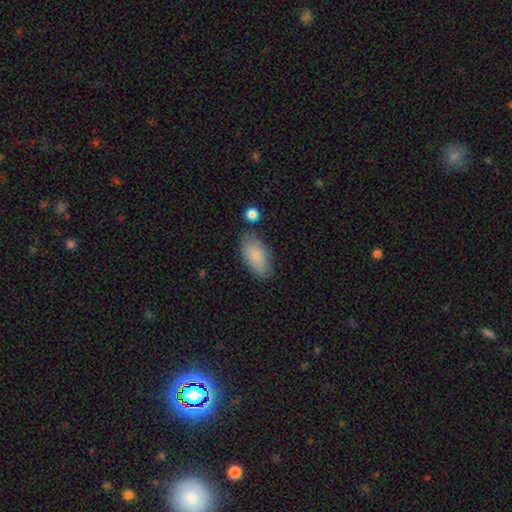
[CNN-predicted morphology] smooth 86%, featured or disk 7%, star or artifact 6%. Down the decision tree: how rounded — in between (92%); merging — none (77%).